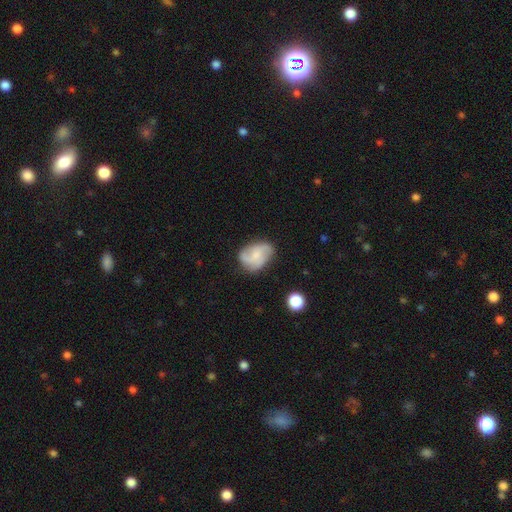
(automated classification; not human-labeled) This is possibly a featured or disk galaxy (57%). It is clearly not viewed edge-on (98%). Bar: likely no (65%). Spiral arm pattern: clearly yes (89%). Central bulge: possibly small (49%). Merging: likely none (63%).